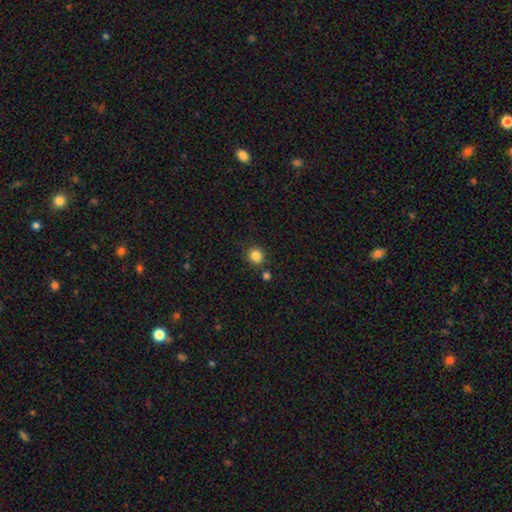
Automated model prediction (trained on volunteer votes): A smooth galaxy with no disk features (85%) that is round (88%). Merging: none (82%).